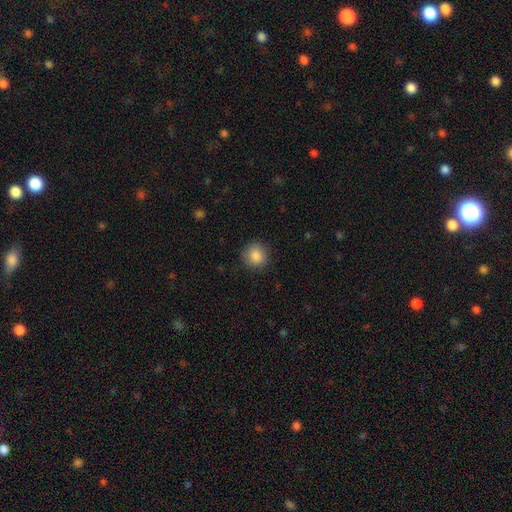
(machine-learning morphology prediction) Smooth or featured?
  - smooth: 87% *
  - star or artifact: 9%
  - featured or disk: 4%
How rounded?
  - round: 90% *
  - in between: 9%
  - cigar-shaped: 1%
Merging?
  - none: 87% *
  - minor disturbance: 9%
  - major disturbance: 3%
  - merger: 1%